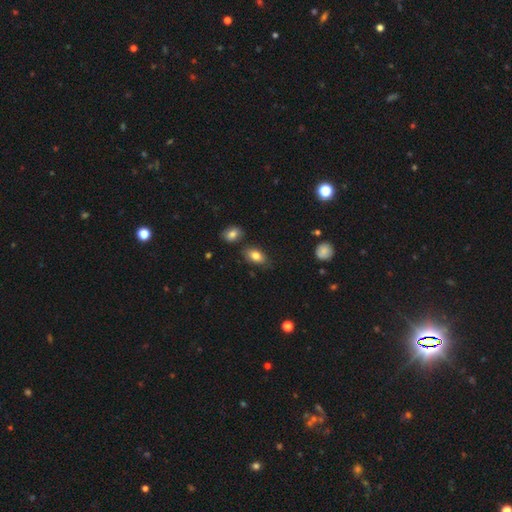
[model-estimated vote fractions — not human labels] This appears to be a smooth galaxy with no disk features (80%) that is in between round and cigar-shaped (90%). Merging: none (76%).